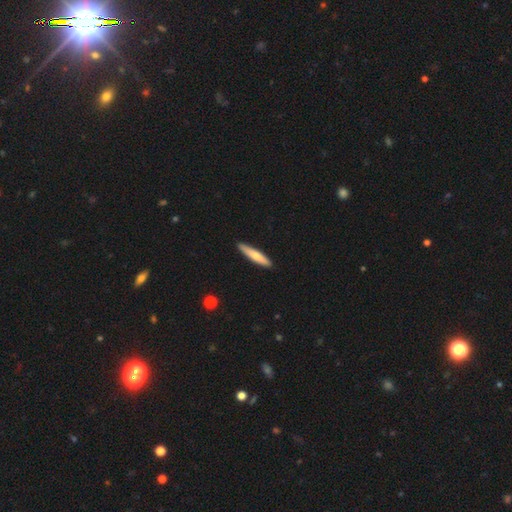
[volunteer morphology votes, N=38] Overall: smooth (79%). How rounded: cigar-shaped (97%). Merging: none (92%).